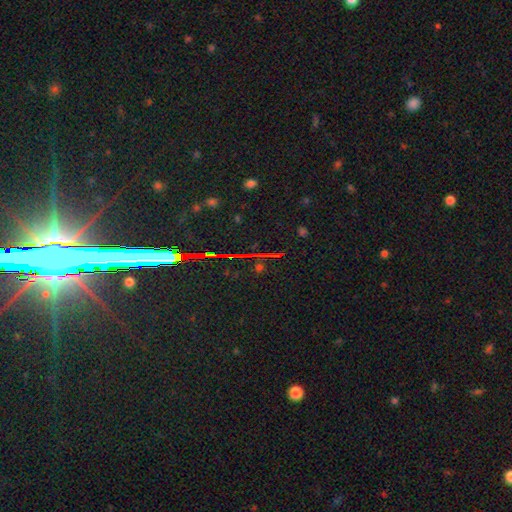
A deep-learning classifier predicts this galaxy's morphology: Smooth or featured? Predicted: star or artifact (p=0.79).